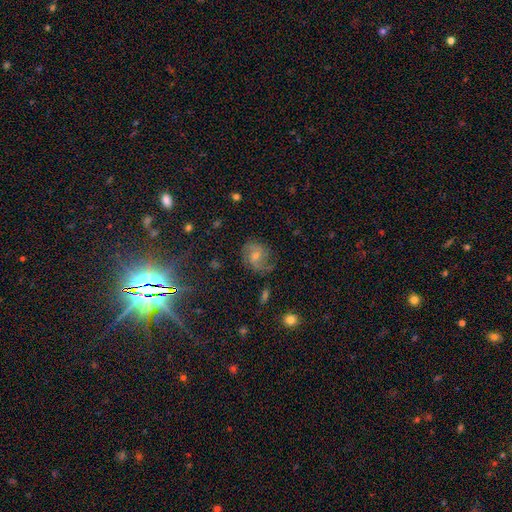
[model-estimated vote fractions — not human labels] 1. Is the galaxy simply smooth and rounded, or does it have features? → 58% featured or disk, 23% star or artifact, 19% smooth.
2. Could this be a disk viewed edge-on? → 96% no, 4% yes.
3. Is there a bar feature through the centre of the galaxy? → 53% no, 37% weak, 10% strong.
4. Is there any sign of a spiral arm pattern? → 89% yes, 11% no.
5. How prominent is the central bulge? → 47% moderate, 45% small, 4% none, 3% large, 1% dominant.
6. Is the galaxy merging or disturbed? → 71% none, 18% minor disturbance, 9% major disturbance, 2% merger.